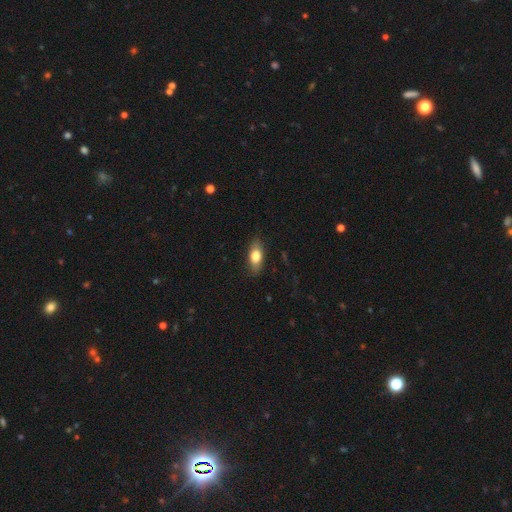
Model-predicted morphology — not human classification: Q: Smooth or featured?
A: smooth (73%); runner-up: featured or disk (20%)
Q: How rounded?
A: in between (81%); runner-up: cigar-shaped (14%)
Q: Merging?
A: none (83%); runner-up: minor disturbance (13%)